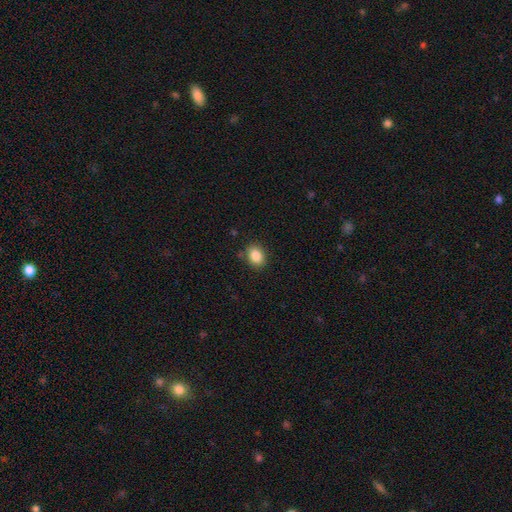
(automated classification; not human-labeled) Smooth or featured: smooth — 86% (star or artifact — 9%)
How rounded: in between — 57% (round — 42%)
Merging: none — 85% (minor disturbance — 10%)